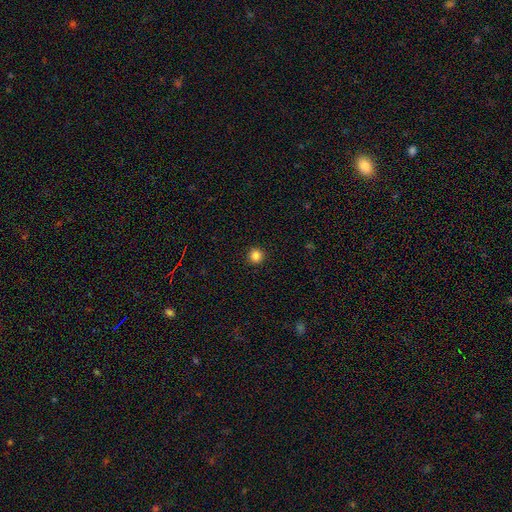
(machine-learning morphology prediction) smooth 85%, star or artifact 12%, featured or disk 4%. Down the decision tree: how rounded — round (95%); merging — none (93%).